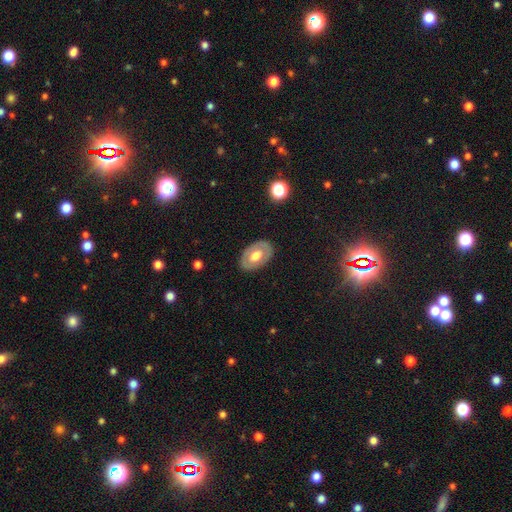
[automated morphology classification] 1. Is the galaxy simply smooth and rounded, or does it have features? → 51% smooth, 43% featured or disk, 6% star or artifact.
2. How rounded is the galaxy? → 87% in between, 12% round, 1% cigar-shaped.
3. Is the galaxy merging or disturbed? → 84% none, 11% minor disturbance, 3% major disturbance, 1% merger.